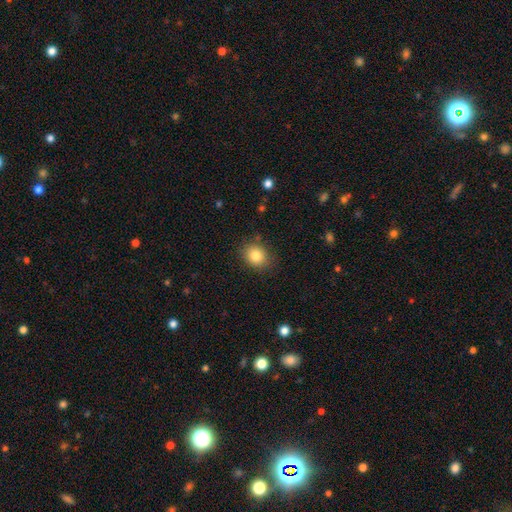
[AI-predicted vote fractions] smooth 83%, star or artifact 10%, featured or disk 7%. Down the decision tree: how rounded — round (65%); merging — none (84%).